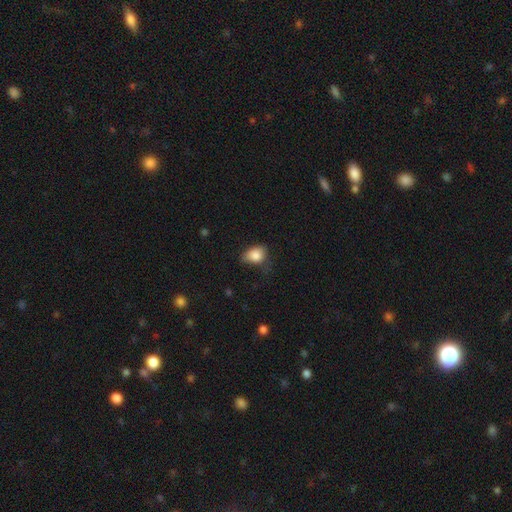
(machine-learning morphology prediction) This appears to be a smooth galaxy with no disk features (83%) that is in between round and cigar-shaped (73%). Merging: none (48%).